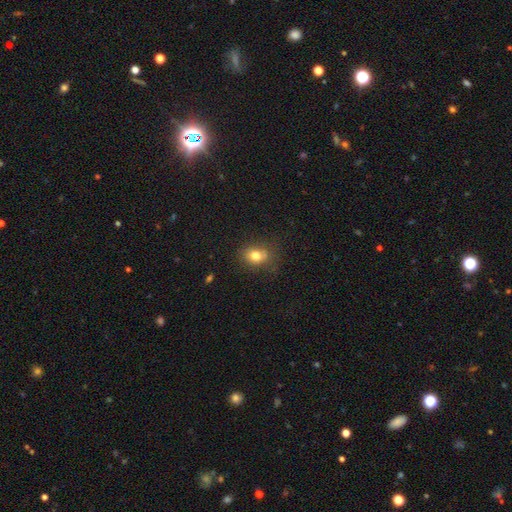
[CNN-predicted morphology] A smooth galaxy with no disk features (78%) that is in between round and cigar-shaped (53%). Merging: none (67%).